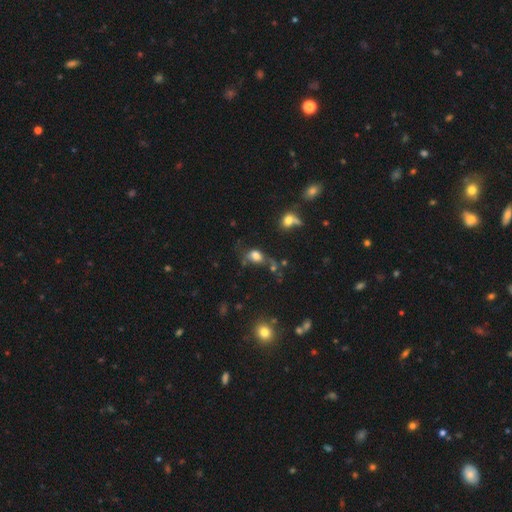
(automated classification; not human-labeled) Overall: smooth (70%). How rounded: in between (76%). Merging: none (39%; major disturbance 24%).